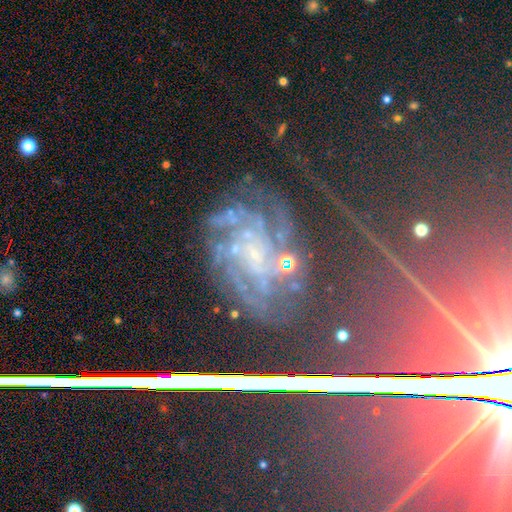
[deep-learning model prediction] smooth-or-featured: featured or disk: 65% | star or artifact: 25% | smooth: 10%
  disk-edge-on: no: 94% | yes: 6%
    bar: no: 64% | weak: 26% | strong: 11%
    has-spiral-arms: yes: 94% | no: 6%
      spiral-winding: tight: 59% | medium: 32% | loose: 9%
      spiral-arm-count: can't tell: 27% | 4: 20% | 3: 18% | more than 4: 13% | 2: 13% | 1: 10%
    bulge-size: small: 73% | moderate: 14% | none: 10% | large: 2% | dominant: 2%
  merging: none: 66% | minor disturbance: 18% | major disturbance: 13% | merger: 3%